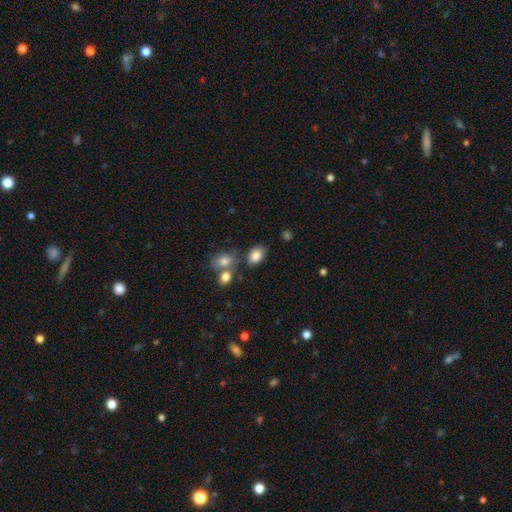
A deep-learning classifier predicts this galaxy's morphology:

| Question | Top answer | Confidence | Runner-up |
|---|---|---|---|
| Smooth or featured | smooth | 84% | star or artifact (9%) |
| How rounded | in between | 83% | round (15%) |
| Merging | none | 71% | merger (13%) |